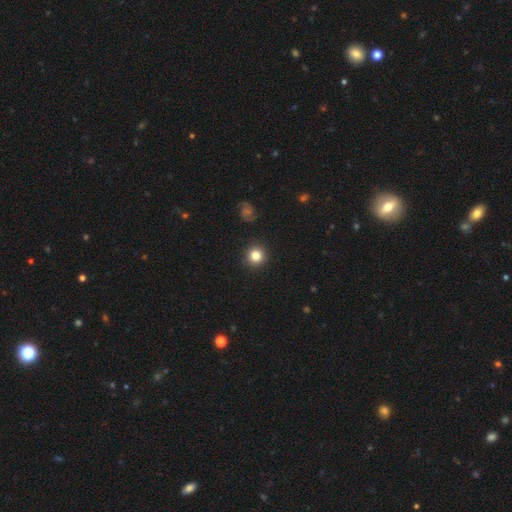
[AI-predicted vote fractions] A smooth galaxy with no disk features (82%) that is round (94%).

Vote fractions:
- Smooth or featured? smooth: 82% / star or artifact: 12% / featured or disk: 6%
- How rounded? round: 94% / in between: 5% / cigar-shaped: 1%
- Merging? none: 92% / minor disturbance: 5% / major disturbance: 2% / merger: 1%